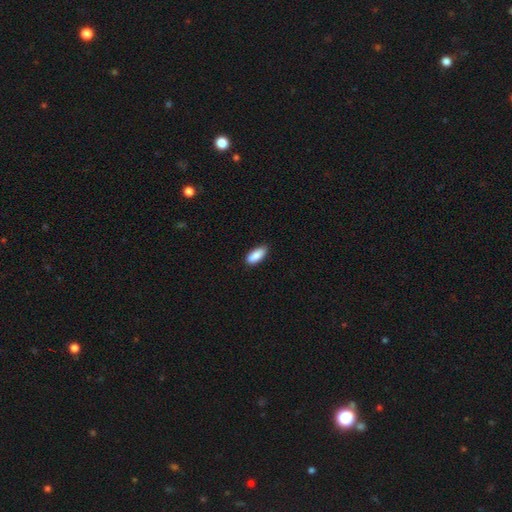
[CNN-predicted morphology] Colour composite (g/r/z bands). It shows a smooth galaxy with no disk features (89%) that is in between round and cigar-shaped (86%). Merging: none (83%).